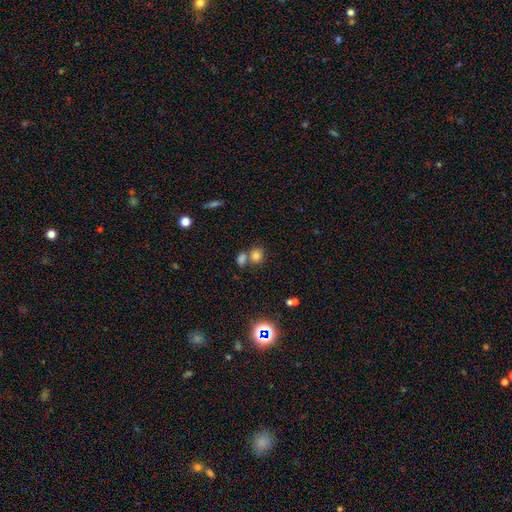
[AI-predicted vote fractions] Smooth or featured?
  - smooth: 77% *
  - star or artifact: 14%
  - featured or disk: 8%
How rounded?
  - round: 66% *
  - in between: 33%
  - cigar-shaped: 1%
Merging?
  - none: 49% *
  - merger: 38%
  - minor disturbance: 9%
  - major disturbance: 4%